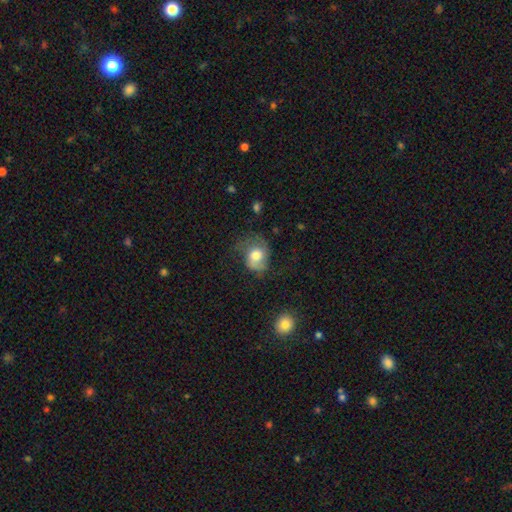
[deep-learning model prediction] This is possibly a smooth galaxy (57%). How rounded: possibly round (52%). Merging: marginally none (39%).